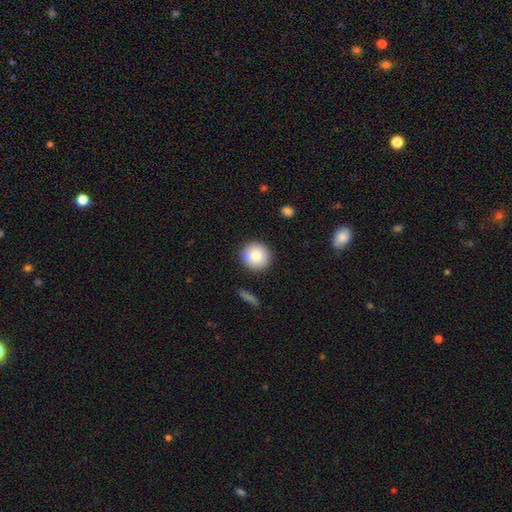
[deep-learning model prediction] This appears to be a smooth galaxy with no disk features (85%) that is round (92%). Merging: none (90%).